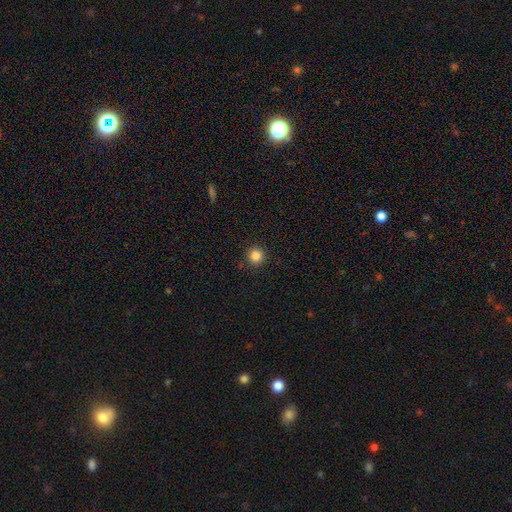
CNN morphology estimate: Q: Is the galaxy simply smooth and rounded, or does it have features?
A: smooth — 85%.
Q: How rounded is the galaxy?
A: round — 95%.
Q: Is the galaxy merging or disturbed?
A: none — 91%.